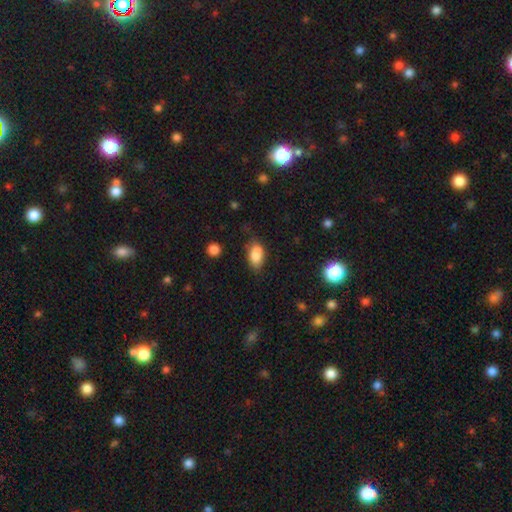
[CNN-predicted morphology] This is likely a smooth galaxy (80%). How rounded: clearly in between (88%). Merging: possibly none (57%).